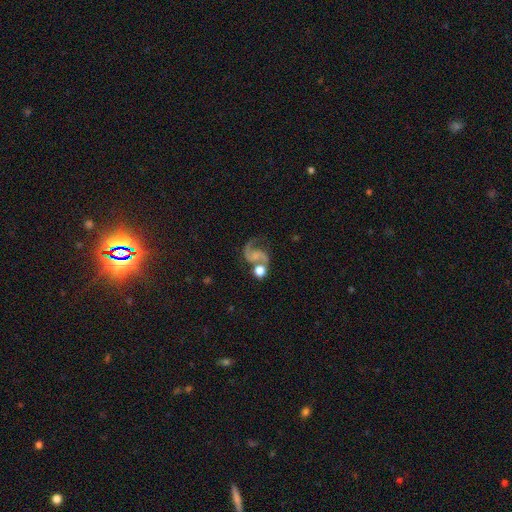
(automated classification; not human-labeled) Smooth or featured? featured or disk (84%)
Edge-on disk? no (98%)
Bar? no (59%)
Spiral arms? yes (96%)
Spiral winding? loose (49%)
Spiral arm count? 2 (87%)
Bulge size? small (47%)
Merging? none (45%)